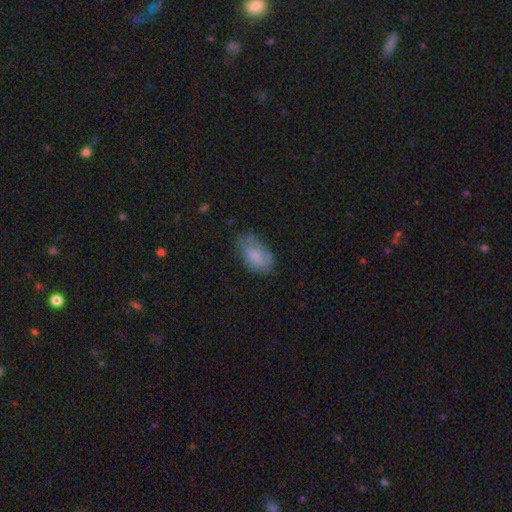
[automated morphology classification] Smooth or featured? smooth (77%)
How rounded? in between (93%)
Merging? none (57%)